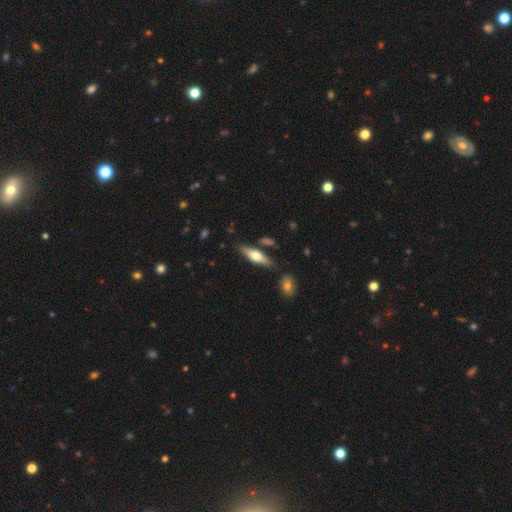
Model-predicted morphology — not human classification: Smooth or featured: featured or disk — 49% (smooth — 45%)
Merging: none — 79% (minor disturbance — 12%)